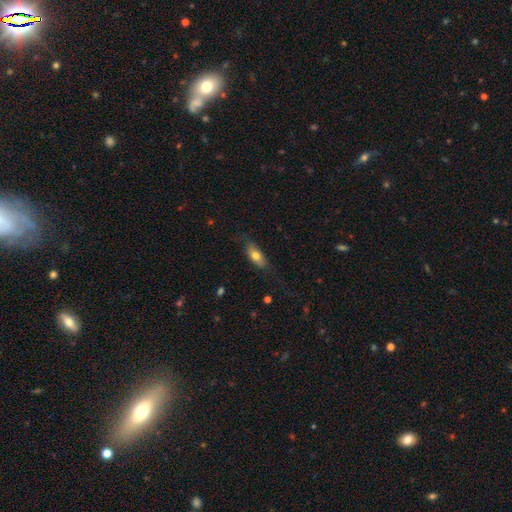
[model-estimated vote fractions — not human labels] This appears to be a smooth galaxy with no disk features (70%) that is in between round and cigar-shaped (74%). Merging: none (73%).